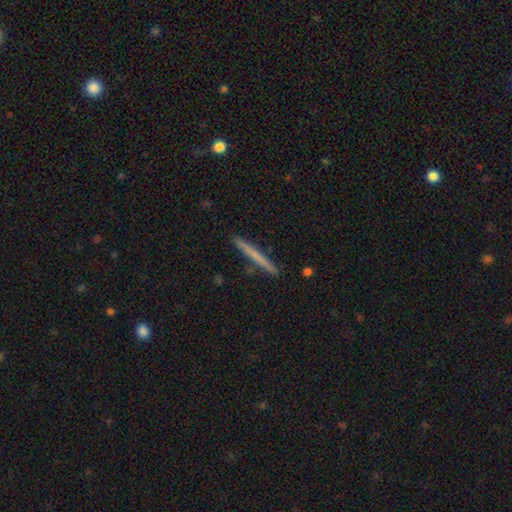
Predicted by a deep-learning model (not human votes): This is possibly a smooth galaxy (59%). How rounded: clearly cigar-shaped (97%). Merging: clearly none (92%).